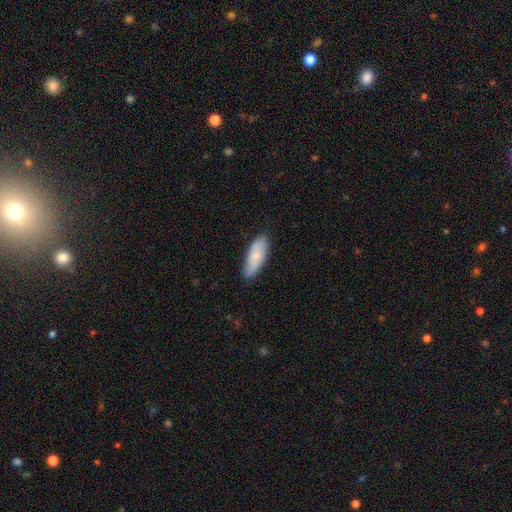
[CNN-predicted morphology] smooth_or_featured: smooth (p=0.73) [alt: featured or disk p=0.22]
how_rounded: in between (p=0.71) [alt: cigar-shaped p=0.27]
merging: none (p=0.82) [alt: minor disturbance p=0.15]